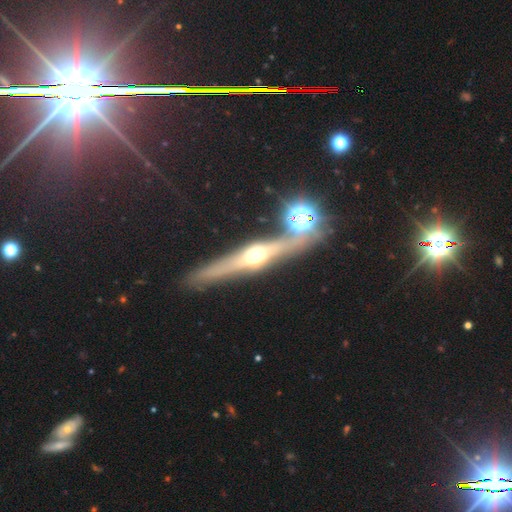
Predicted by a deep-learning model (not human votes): A featured or disk galaxy (72%) viewed edge-on (93%) with a rounded central bulge (92%).

Vote fractions:
- Smooth or featured? featured or disk: 72% / smooth: 18% / star or artifact: 10%
- Edge-on disk? yes: 93% / no: 7%
- Edge-on bulge? rounded: 92% / boxy: 5% / none: 3%
- Merging? none: 74% / merger: 13% / minor disturbance: 9% / major disturbance: 3%